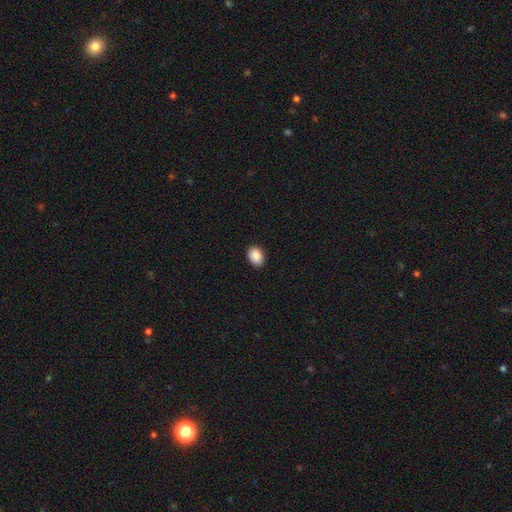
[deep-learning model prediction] Smooth or featured? Predicted: smooth (p=0.89). How rounded? Predicted: in between (p=0.73). Merging? Predicted: none (p=0.88).